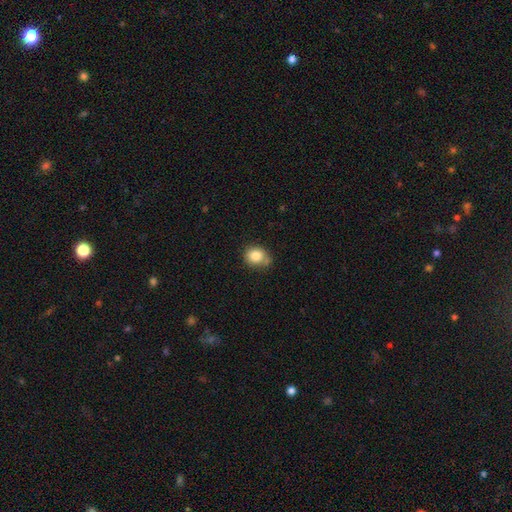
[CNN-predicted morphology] The model was most divided on "how rounded": round: 66%, in between: 33%, cigar-shaped: 1%. More confident: smooth or featured — smooth (83%); merging — none (62%).